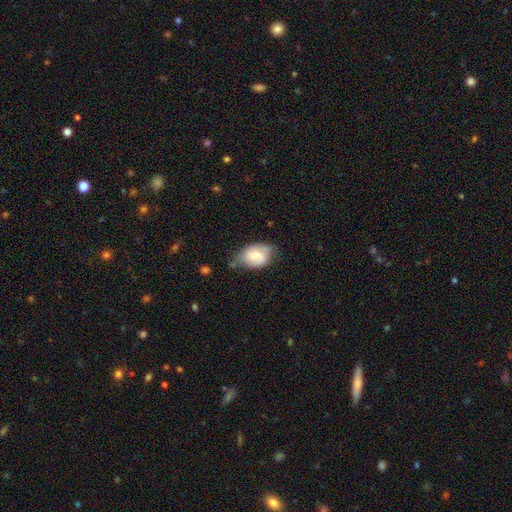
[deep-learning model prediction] This appears to be a smooth galaxy with no disk features (58%) that is in between round and cigar-shaped (81%). Merging: none (50%).